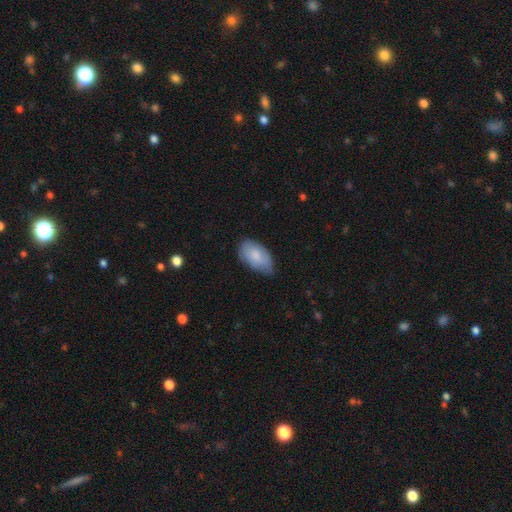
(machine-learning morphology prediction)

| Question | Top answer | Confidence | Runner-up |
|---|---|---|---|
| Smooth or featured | smooth | 78% | featured or disk (16%) |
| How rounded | in between | 94% | round (4%) |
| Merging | none | 56% | minor disturbance (36%) |